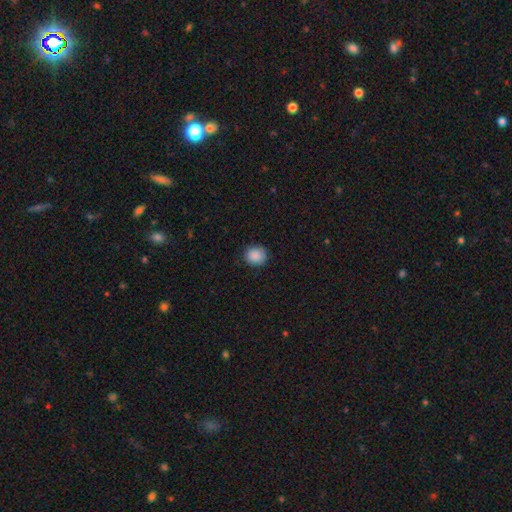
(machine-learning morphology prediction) Smooth or featured? Predicted: smooth (p=0.89). How rounded? Predicted: round (p=0.82). Merging? Predicted: none (p=0.87).